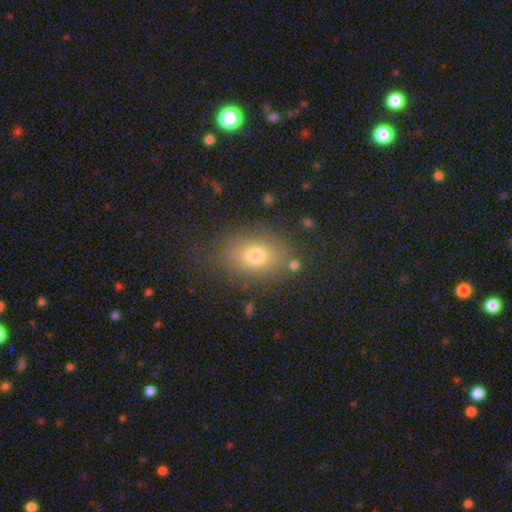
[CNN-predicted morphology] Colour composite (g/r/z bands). It shows a smooth galaxy with no disk features (76%) that is in between round and cigar-shaped (72%). Merging: none (80%).